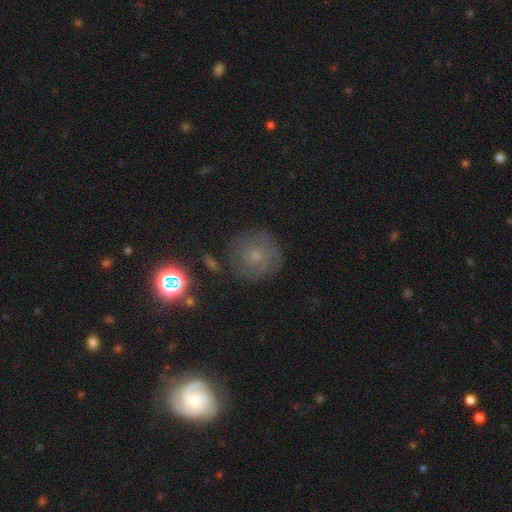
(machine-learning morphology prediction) type=featured or disk (44%); merging=none (77%).